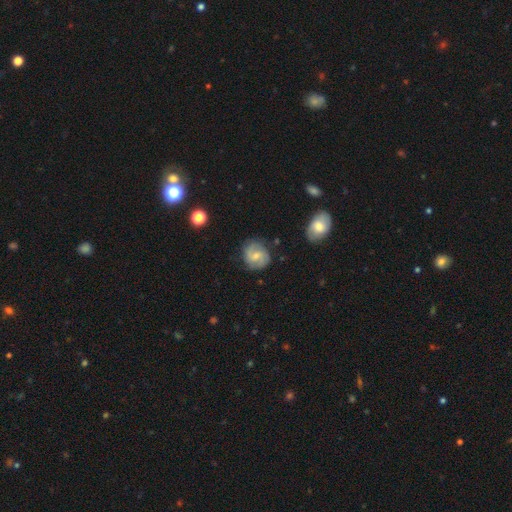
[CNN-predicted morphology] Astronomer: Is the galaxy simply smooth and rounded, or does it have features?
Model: featured or disk — 66%.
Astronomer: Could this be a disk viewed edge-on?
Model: no — 98%.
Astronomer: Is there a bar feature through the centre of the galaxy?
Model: weak — 51% (runner-up: no, 39%).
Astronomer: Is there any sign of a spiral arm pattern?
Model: yes — 92%.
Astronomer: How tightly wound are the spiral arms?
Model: medium — 48% (runner-up: tight, 30%).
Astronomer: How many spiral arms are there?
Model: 2 — 78%.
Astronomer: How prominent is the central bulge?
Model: small — 53% (runner-up: moderate, 40%).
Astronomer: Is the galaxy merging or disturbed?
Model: none — 77%.